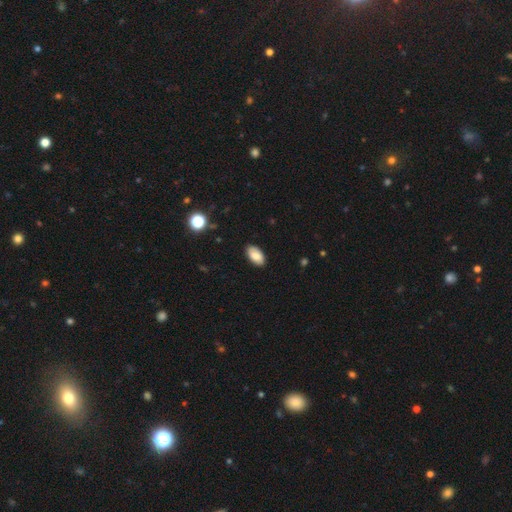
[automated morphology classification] A smooth galaxy with no disk features (82%) that is in between round and cigar-shaped (95%). Merging: none (88%).